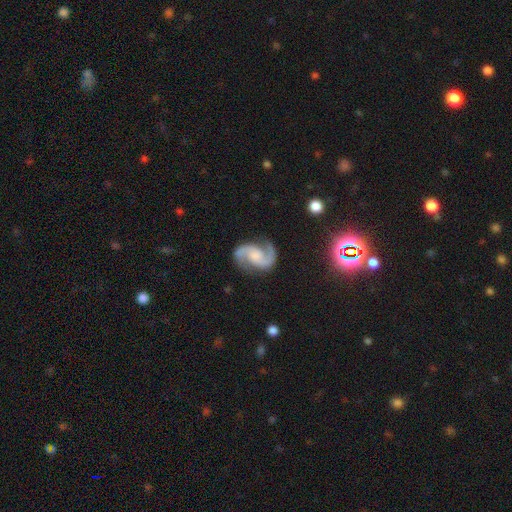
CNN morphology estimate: Smooth or featured? featured or disk (92%)
Edge-on disk? no (98%)
Bar? no (56%)
Spiral arms? yes (98%)
Spiral winding? medium (59%)
Spiral arm count? 2 (95%)
Bulge size? moderate (31%)
Merging? none (82%)